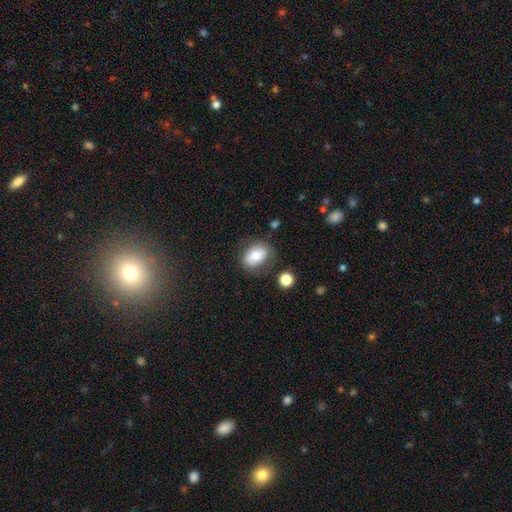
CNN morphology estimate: The model was most divided on "how rounded": in between: 75%, round: 24%, cigar-shaped: 1%. More confident: merging — none (75%); smooth or featured — smooth (74%).